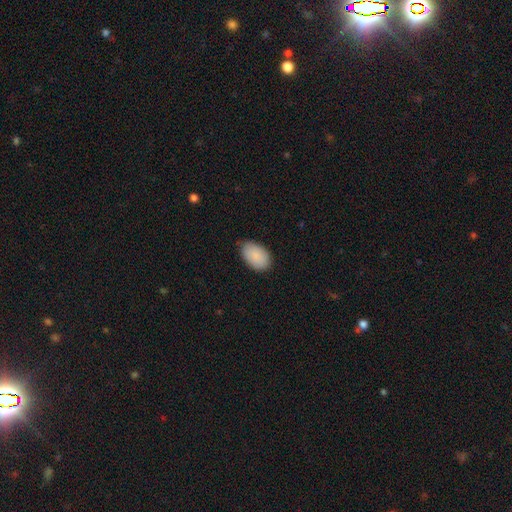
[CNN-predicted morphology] This is clearly a smooth galaxy (90%). How rounded: clearly in between (93%). Merging: clearly none (80%).